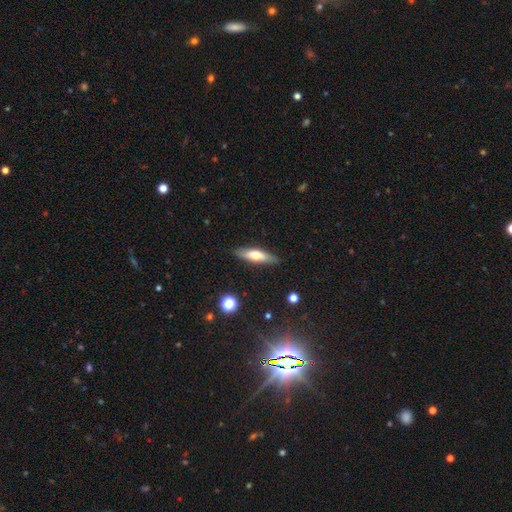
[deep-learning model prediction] The model was most divided on "smooth or featured": smooth: 54%, featured or disk: 40%, star or artifact: 7%. More confident: merging — none (86%); how rounded — cigar-shaped (62%).